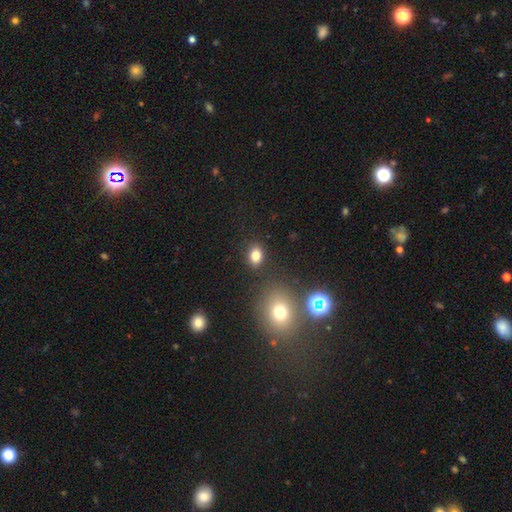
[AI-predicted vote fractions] Smooth or featured? Predicted: smooth (p=0.81). How rounded? Predicted: in between (p=0.63). Merging? Predicted: none (p=0.84).